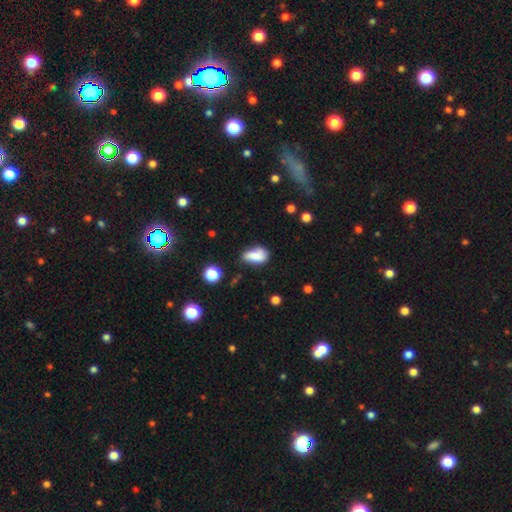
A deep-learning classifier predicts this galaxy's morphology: smooth 78%, featured or disk 12%, star or artifact 9%. Down the decision tree: how rounded — in between (87%); merging — none (53%).